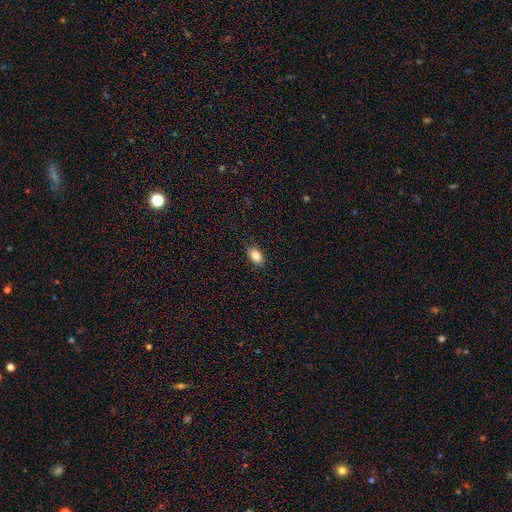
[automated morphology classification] Smooth or featured? smooth (86%)
How rounded? in between (90%)
Merging? none (87%)